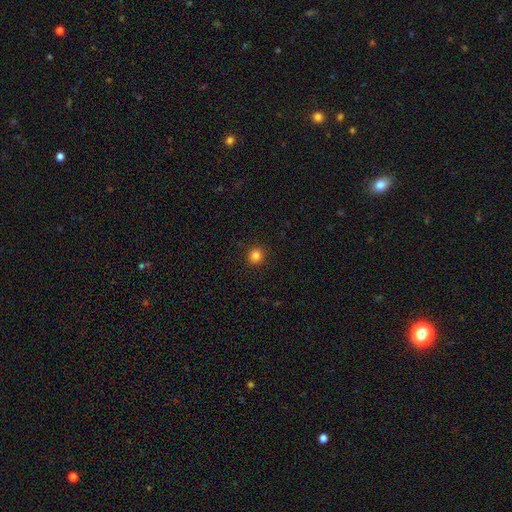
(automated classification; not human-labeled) Morphology: type=smooth (84%); roundness=round (92%); merging=none (92%).